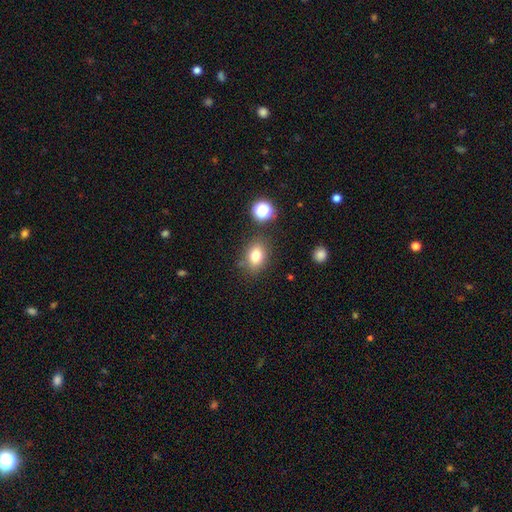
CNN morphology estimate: The model was most divided on "how rounded": in between: 67%, round: 31%, cigar-shaped: 2%. More confident: merging — none (79%); smooth or featured — smooth (78%).